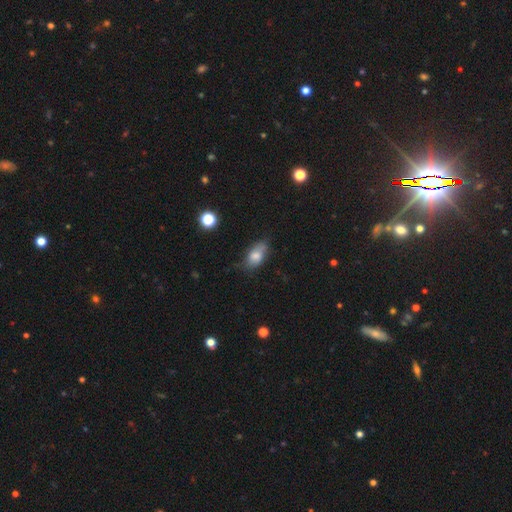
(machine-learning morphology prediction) smooth-or-featured: smooth: 74% | featured or disk: 17% | star or artifact: 9%
  how-rounded: in between: 88% | round: 7% | cigar-shaped: 6%
  merging: none: 59% | minor disturbance: 30% | major disturbance: 8% | merger: 3%